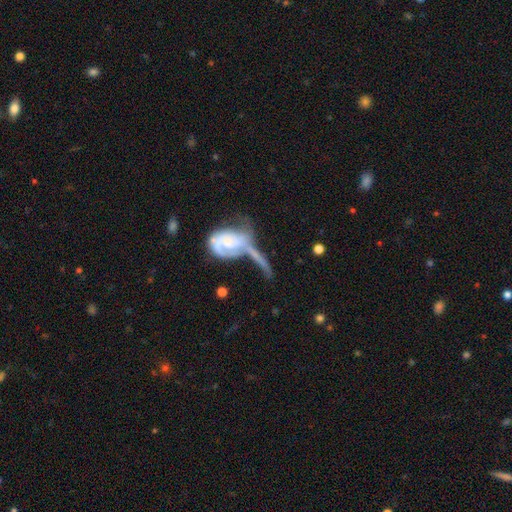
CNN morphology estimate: A featured or disk galaxy (64%) with no bar (69%), spiral arms (68%) and a small central bulge (41%).

Vote fractions:
- Smooth or featured? featured or disk: 64% / smooth: 28% / star or artifact: 8%
- Edge-on disk? no: 88% / yes: 12%
- Bar? no: 69% / weak: 23% / strong: 9%
- Spiral arms? yes: 68% / no: 32%
- Bulge size? small: 41% / none: 29% / moderate: 22% / large: 6% / dominant: 3%
- Merging? merger: 45% / major disturbance: 27% / none: 17% / minor disturbance: 11%